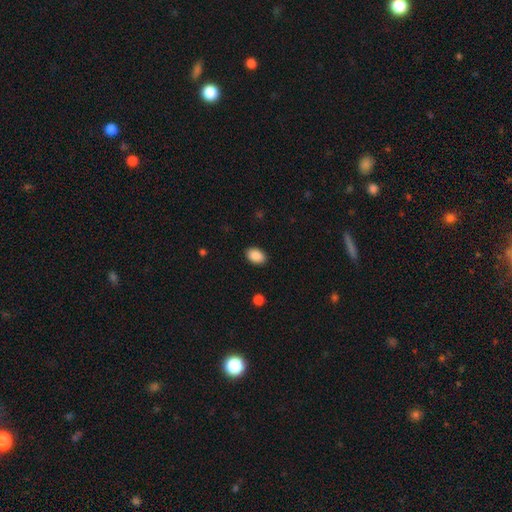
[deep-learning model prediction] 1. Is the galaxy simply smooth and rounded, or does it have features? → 89% smooth, 7% star or artifact, 3% featured or disk.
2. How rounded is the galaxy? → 86% in between, 13% round, 1% cigar-shaped.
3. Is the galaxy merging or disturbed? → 88% none, 8% minor disturbance, 2% major disturbance, 1% merger.